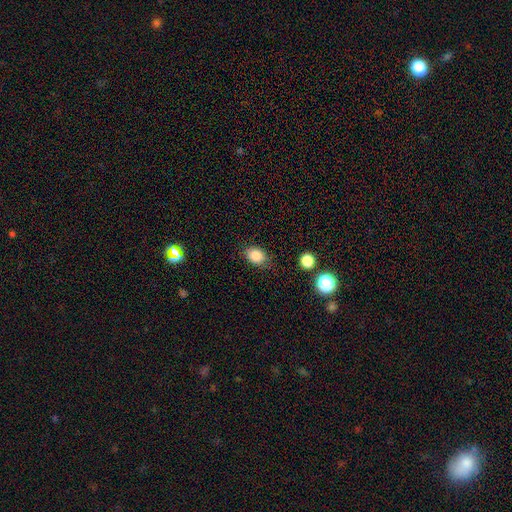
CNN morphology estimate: Smooth or featured? Predicted: smooth (p=0.85). How rounded? Predicted: in between (p=0.64). Merging? Predicted: none (p=0.78).